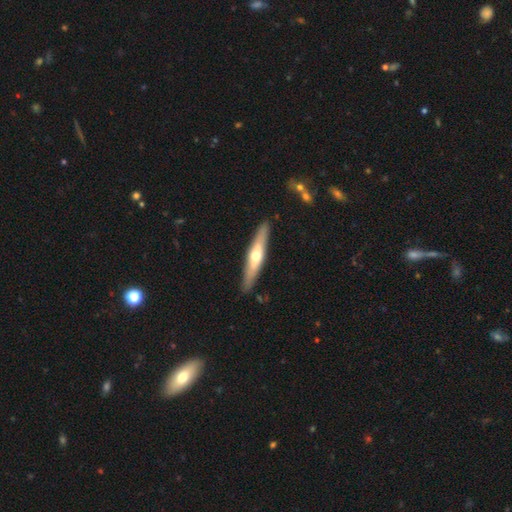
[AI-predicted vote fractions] A featured or disk galaxy (58%) viewed edge-on (89%) with a rounded central bulge (89%).

Vote fractions:
- Smooth or featured? featured or disk: 58% / smooth: 37% / star or artifact: 5%
- Edge-on disk? yes: 89% / no: 11%
- Edge-on bulge? rounded: 89% / none: 8% / boxy: 3%
- Merging? none: 89% / minor disturbance: 8% / major disturbance: 2% / merger: 1%